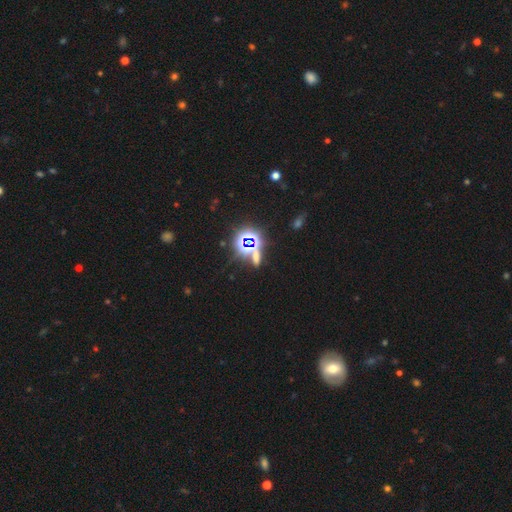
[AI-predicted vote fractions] Overall: star or artifact (68%).